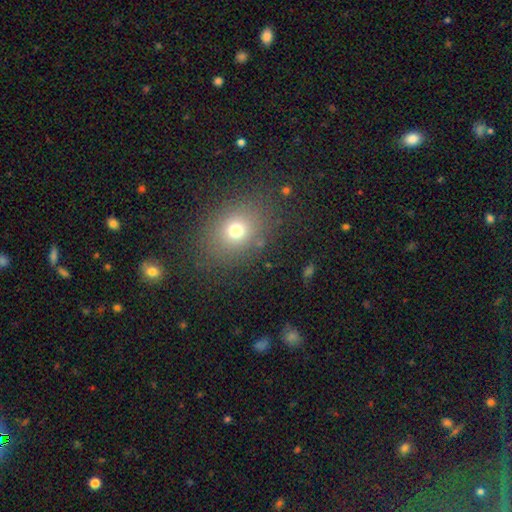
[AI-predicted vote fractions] Q: Smooth or featured?
A: smooth (65%); runner-up: star or artifact (27%)
Q: How rounded?
A: in between (52%); runner-up: round (47%)
Q: Merging?
A: none (89%); runner-up: minor disturbance (7%)